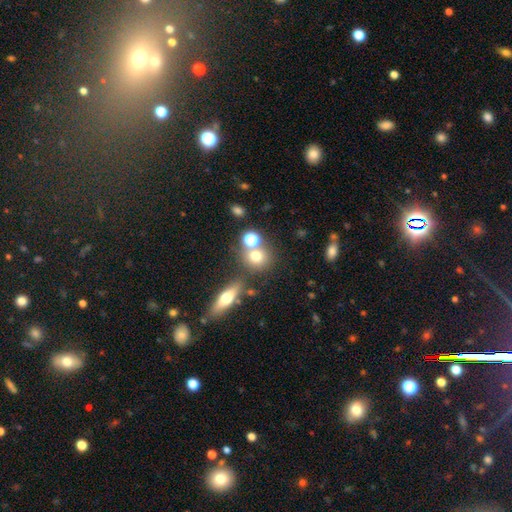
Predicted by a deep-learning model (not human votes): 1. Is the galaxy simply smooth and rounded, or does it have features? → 69% smooth, 17% star or artifact, 14% featured or disk.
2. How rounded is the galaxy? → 82% round, 15% in between, 2% cigar-shaped.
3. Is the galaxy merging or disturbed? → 61% none, 25% merger, 10% minor disturbance, 5% major disturbance.